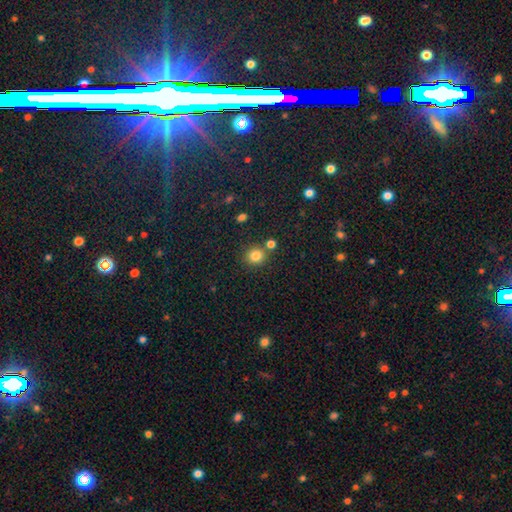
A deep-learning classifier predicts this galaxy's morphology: Smooth or featured? Predicted: smooth (p=0.83). How rounded? Predicted: round (p=0.86). Merging? Predicted: none (p=0.75).